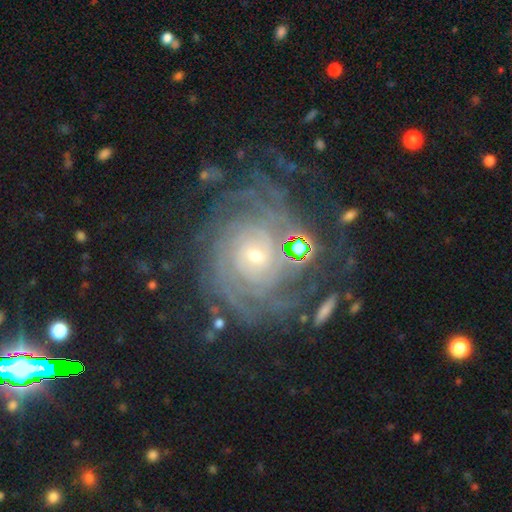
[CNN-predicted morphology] Smooth or featured? Predicted: featured or disk (p=0.88). Edge-on disk? Predicted: no (p=0.97). Bar? Predicted: no (p=0.73). Spiral arms? Predicted: yes (p=0.97). Spiral winding? Predicted: tight (p=0.79). Spiral arm count? Predicted: can't tell (p=0.29). Bulge size? Predicted: small (p=0.72). Merging? Predicted: none (p=0.70).